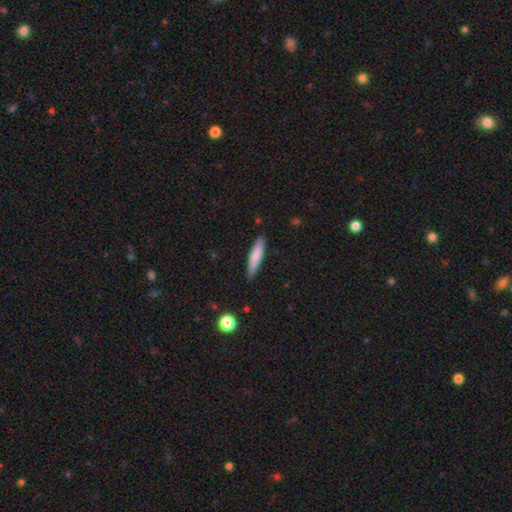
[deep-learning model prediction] smooth 76%, featured or disk 19%, star or artifact 6%. Down the decision tree: how rounded — cigar-shaped (86%); merging — none (86%).